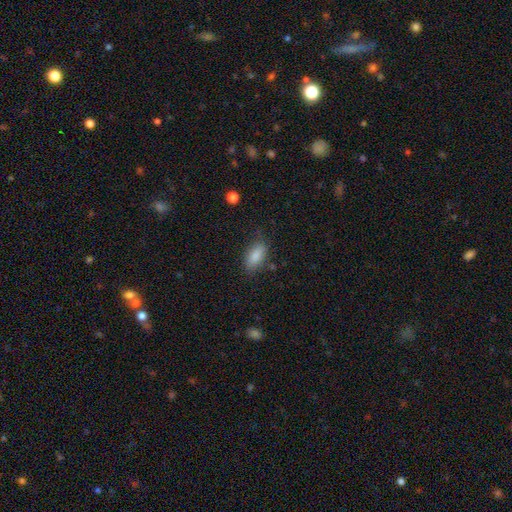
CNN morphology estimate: Smooth or featured: smooth — 86% (star or artifact — 7%)
How rounded: in between — 90% (cigar-shaped — 6%)
Merging: none — 76% (minor disturbance — 17%)